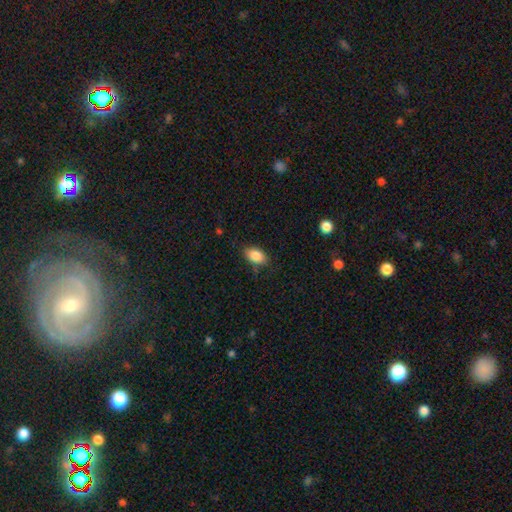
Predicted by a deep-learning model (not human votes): smooth-or-featured: smooth: 86% | star or artifact: 8% | featured or disk: 6%
  how-rounded: in between: 89% | round: 9% | cigar-shaped: 2%
  merging: none: 79% | minor disturbance: 15% | major disturbance: 4% | merger: 2%